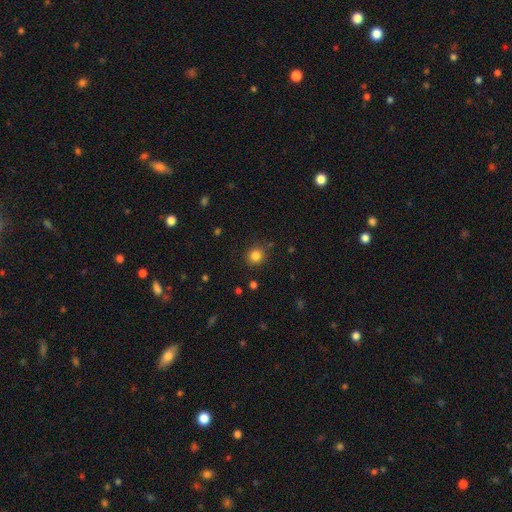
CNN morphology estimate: A smooth galaxy with no disk features (83%) that is round (87%).

Vote fractions:
- Smooth or featured? smooth: 83% / star or artifact: 13% / featured or disk: 4%
- How rounded? round: 87% / in between: 12% / cigar-shaped: 1%
- Merging? none: 87% / minor disturbance: 8% / major disturbance: 3% / merger: 2%